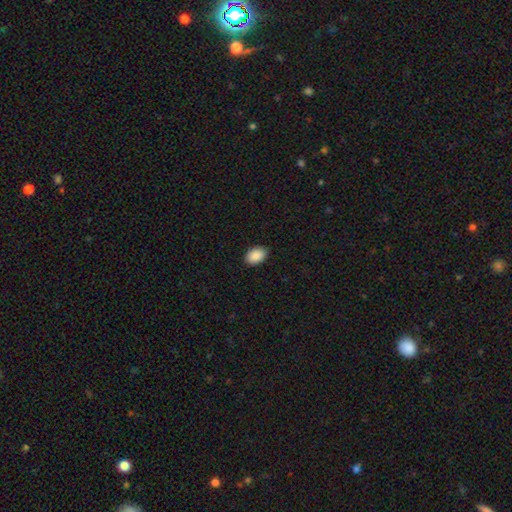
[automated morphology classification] This is clearly a smooth galaxy (90%). How rounded: clearly in between (84%). Merging: clearly none (89%).